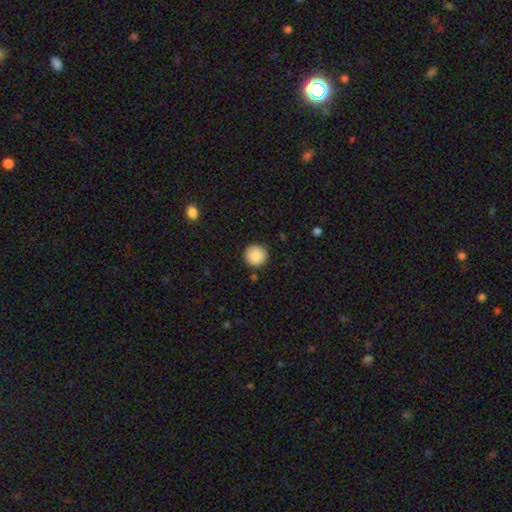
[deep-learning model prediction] Smooth or featured: smooth — 89% (star or artifact — 8%)
How rounded: round — 95% (in between — 4%)
Merging: none — 90% (minor disturbance — 7%)